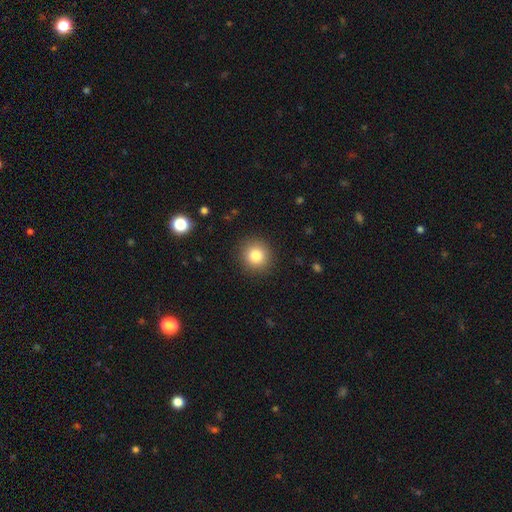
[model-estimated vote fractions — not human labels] A smooth galaxy with no disk features (83%) that is round (92%).

Vote fractions:
- Smooth or featured? smooth: 83% / star or artifact: 10% / featured or disk: 7%
- How rounded? round: 92% / in between: 7% / cigar-shaped: 1%
- Merging? none: 91% / minor disturbance: 6% / major disturbance: 2% / merger: 1%